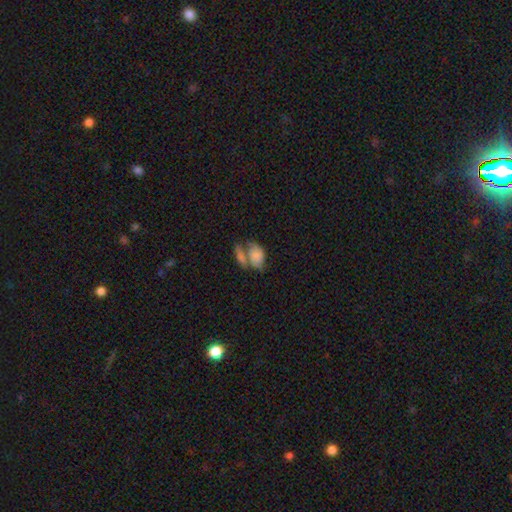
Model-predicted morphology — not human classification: Q: Smooth or featured?
A: smooth (70%); runner-up: featured or disk (22%)
Q: How rounded?
A: in between (80%); runner-up: round (18%)
Q: Merging?
A: merger (51%); runner-up: none (23%)